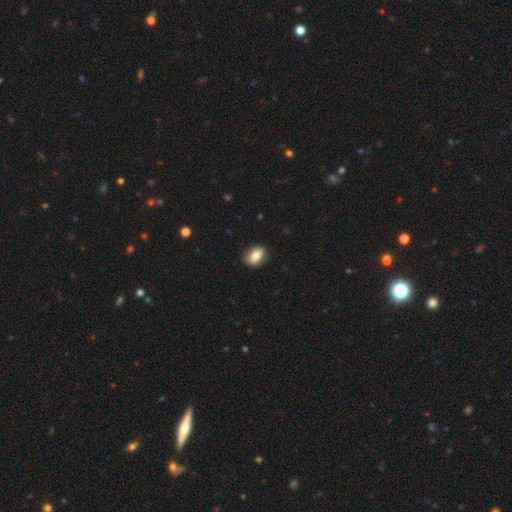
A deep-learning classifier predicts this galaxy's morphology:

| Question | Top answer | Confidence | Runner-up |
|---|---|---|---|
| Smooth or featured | smooth | 78% | featured or disk (14%) |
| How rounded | in between | 74% | round (24%) |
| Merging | none | 86% | minor disturbance (11%) |